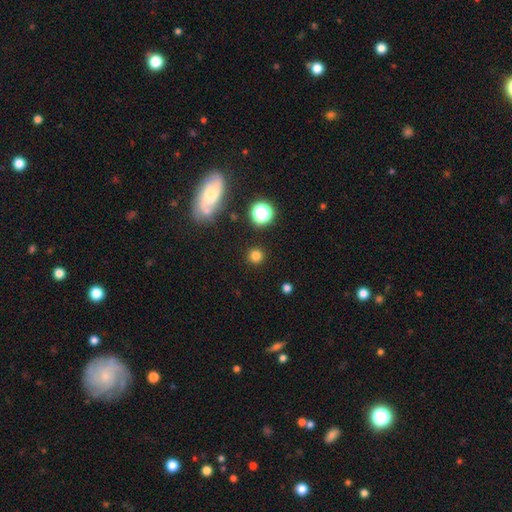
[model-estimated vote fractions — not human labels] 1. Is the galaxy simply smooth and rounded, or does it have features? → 79% smooth, 16% star or artifact, 5% featured or disk.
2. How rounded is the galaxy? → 94% round, 5% in between, 1% cigar-shaped.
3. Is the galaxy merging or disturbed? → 90% none, 5% minor disturbance, 2% major disturbance, 2% merger.